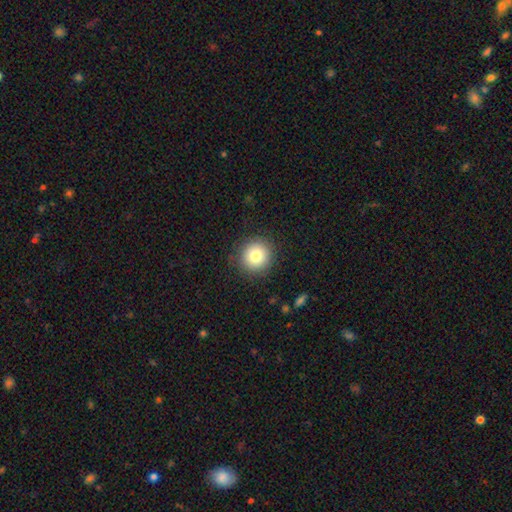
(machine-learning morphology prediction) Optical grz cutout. It shows a smooth galaxy with no disk features (81%) that is round (94%). Merging: none (89%).